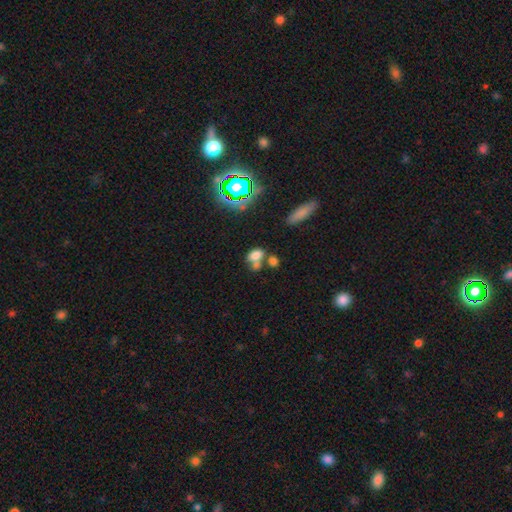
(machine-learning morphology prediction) smooth-or-featured: smooth: 70% | star or artifact: 17% | featured or disk: 13%
  how-rounded: in between: 76% | round: 21% | cigar-shaped: 3%
  merging: merger: 47% | none: 35% | minor disturbance: 11% | major disturbance: 6%